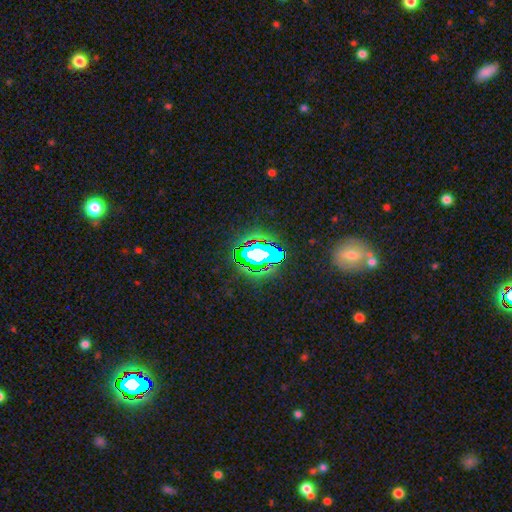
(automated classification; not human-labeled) This is possibly a star or artifact rather than a galaxy (59%).